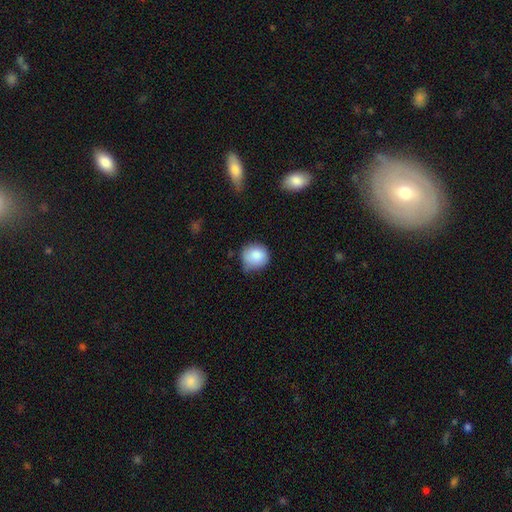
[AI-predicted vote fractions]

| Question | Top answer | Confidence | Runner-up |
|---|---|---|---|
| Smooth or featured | smooth | 86% | star or artifact (8%) |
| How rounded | round | 89% | in between (10%) |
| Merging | none | 62% | minor disturbance (30%) |